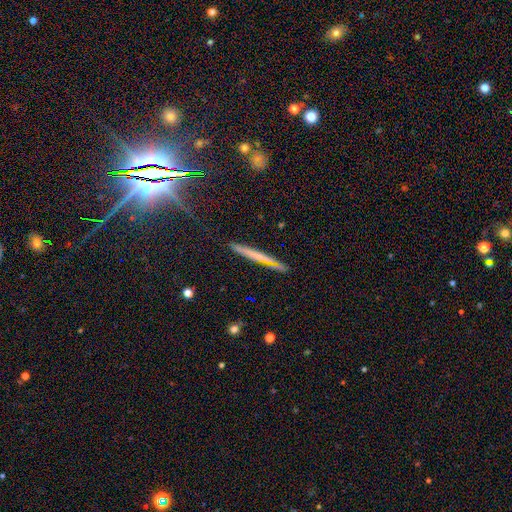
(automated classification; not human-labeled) This appears to be a smooth galaxy with no disk features (45%). Merging: none (84%).